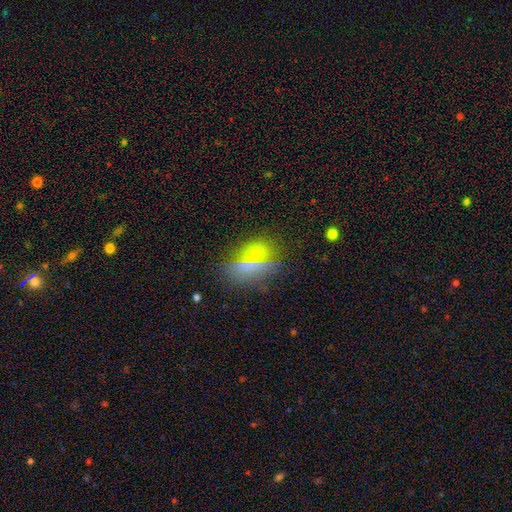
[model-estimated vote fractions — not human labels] Morphology: type=smooth (63%); roundness=in between (55%); merging=none (78%).